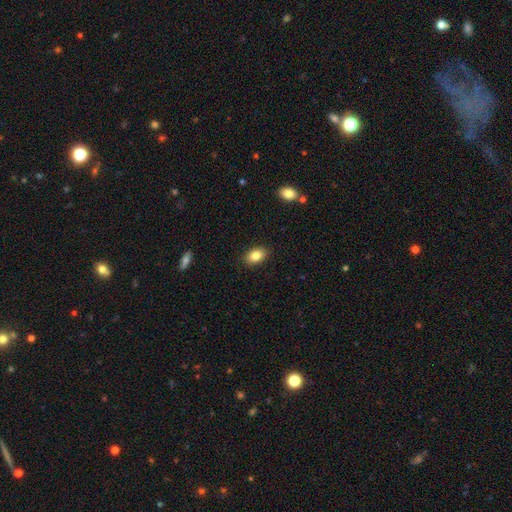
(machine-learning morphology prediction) Smooth or featured: smooth — 84% (star or artifact — 8%)
How rounded: in between — 87% (round — 11%)
Merging: none — 88% (minor disturbance — 9%)